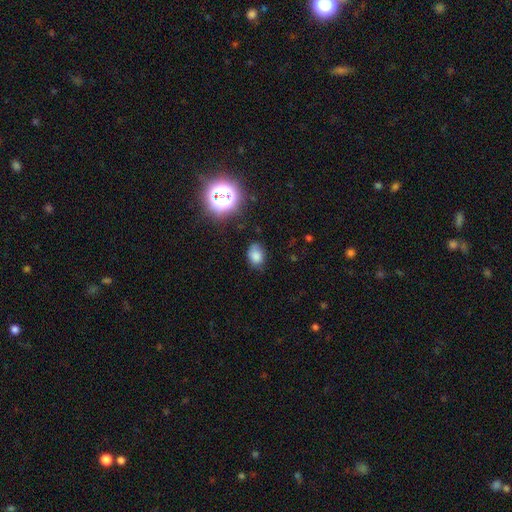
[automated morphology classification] A smooth galaxy with no disk features (77%) that is in between round and cigar-shaped (71%).

Vote fractions:
- Smooth or featured? smooth: 77% / star or artifact: 15% / featured or disk: 8%
- How rounded? in between: 71% / round: 28% / cigar-shaped: 1%
- Merging? none: 63% / minor disturbance: 28% / major disturbance: 7% / merger: 2%